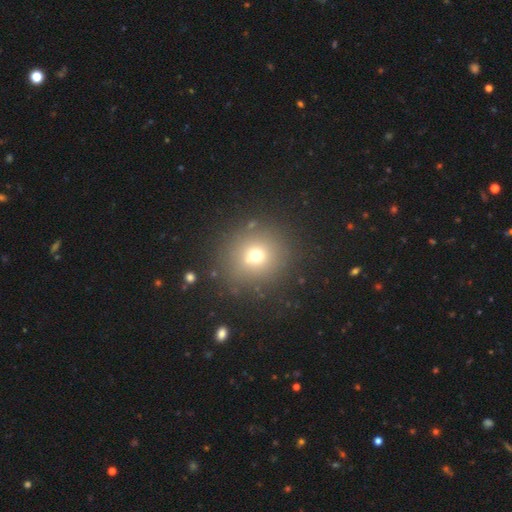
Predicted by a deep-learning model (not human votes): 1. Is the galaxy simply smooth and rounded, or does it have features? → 66% smooth, 21% star or artifact, 13% featured or disk.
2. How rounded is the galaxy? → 89% round, 10% in between, 1% cigar-shaped.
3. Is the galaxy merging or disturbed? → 82% none, 8% minor disturbance, 5% merger, 5% major disturbance.